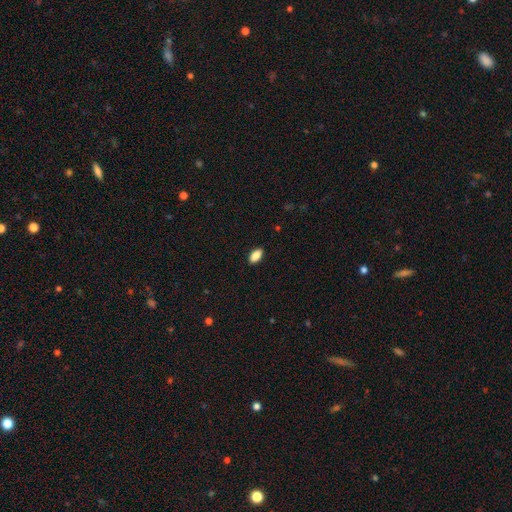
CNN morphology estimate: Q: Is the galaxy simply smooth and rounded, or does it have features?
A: smooth — 88%.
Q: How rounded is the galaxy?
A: in between — 91%.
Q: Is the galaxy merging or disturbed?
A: none — 89%.